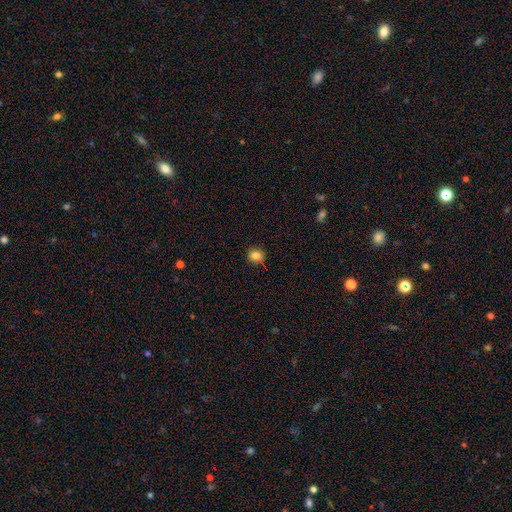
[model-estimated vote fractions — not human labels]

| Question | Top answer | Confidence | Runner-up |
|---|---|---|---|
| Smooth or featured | smooth | 81% | star or artifact (12%) |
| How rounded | round | 73% | in between (25%) |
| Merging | none | 74% | minor disturbance (19%) |